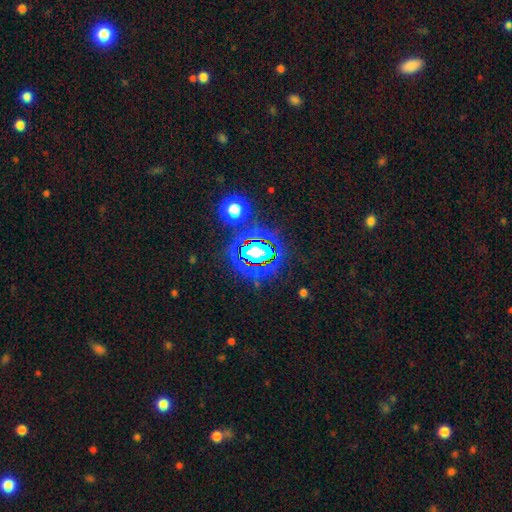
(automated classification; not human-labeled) This appears to be a star or artifact, not a galaxy (72%).